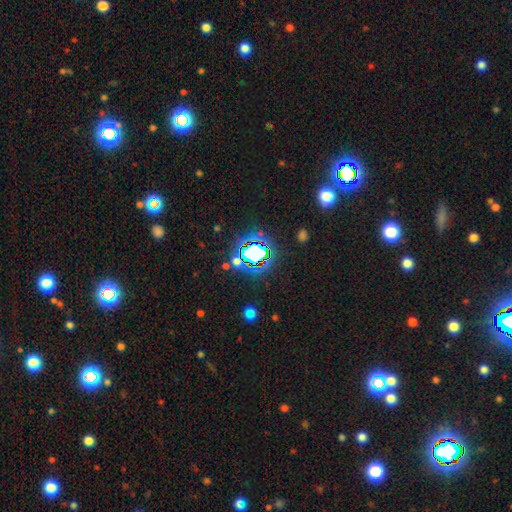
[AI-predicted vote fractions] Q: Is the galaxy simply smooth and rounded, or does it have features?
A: star or artifact — 74%.